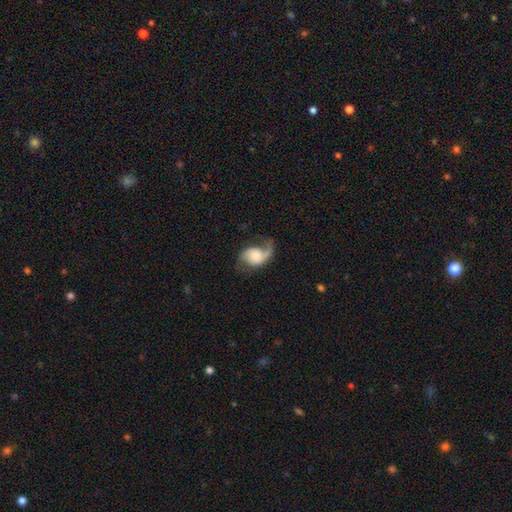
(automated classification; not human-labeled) Overall: featured or disk (73%). Edge-on disk: no (97%). Bar: no (63%; weak 30%). Spiral arms: yes (94%). Spiral arm count: 2 (66%; 1 29%). Spiral winding: loose (62%; medium 30%). Bulge size: moderate (30%; large 26%). Merging: none (49%; major disturbance 25%).